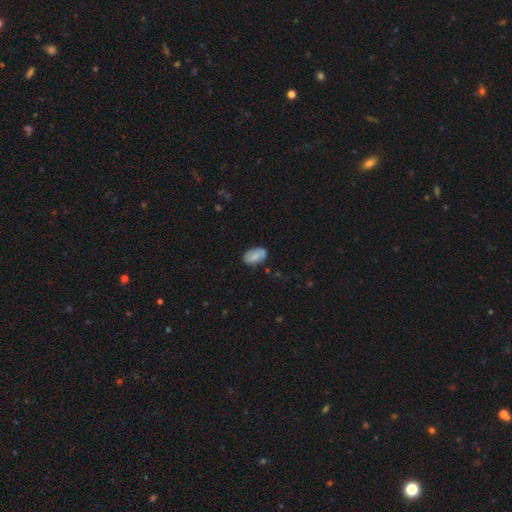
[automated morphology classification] This is likely a smooth galaxy (66%). How rounded: clearly in between (91%). Merging: likely none (79%).